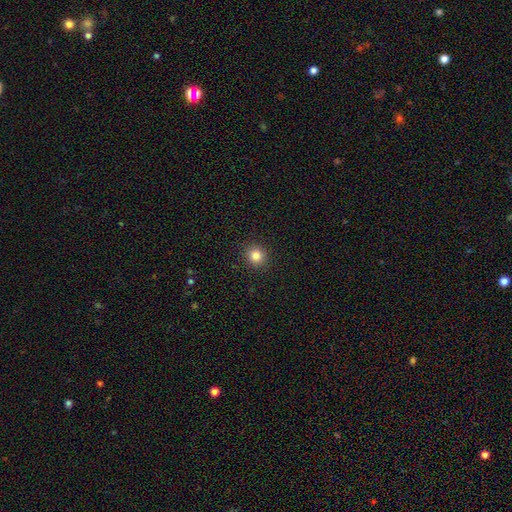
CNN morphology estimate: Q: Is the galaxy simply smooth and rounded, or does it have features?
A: smooth — 83%.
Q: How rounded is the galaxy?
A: round — 89%.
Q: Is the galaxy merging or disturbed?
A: none — 92%.